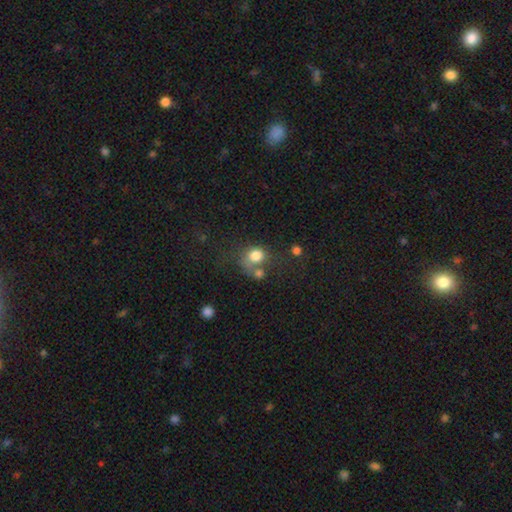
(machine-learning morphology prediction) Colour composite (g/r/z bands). It shows a smooth galaxy with no disk features (77%) that is round (67%). Merging: none (34%).